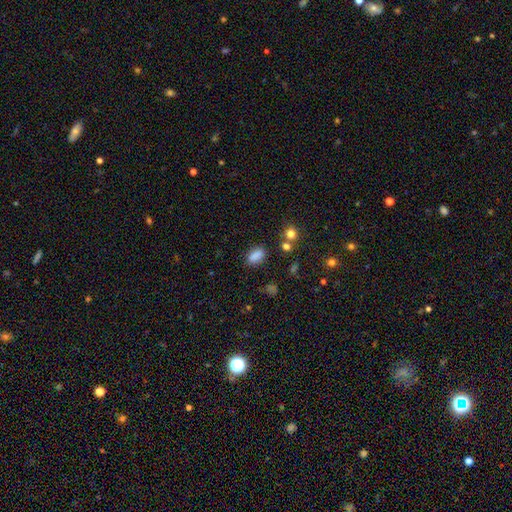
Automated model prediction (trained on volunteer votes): Smooth or featured? Predicted: smooth (p=0.83). How rounded? Predicted: in between (p=0.83). Merging? Predicted: none (p=0.79).